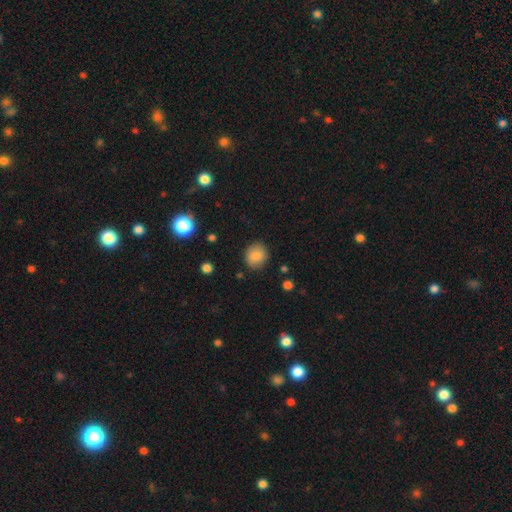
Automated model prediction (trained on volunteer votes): Smooth or featured? Predicted: smooth (p=0.85). How rounded? Predicted: round (p=0.78). Merging? Predicted: none (p=0.86).